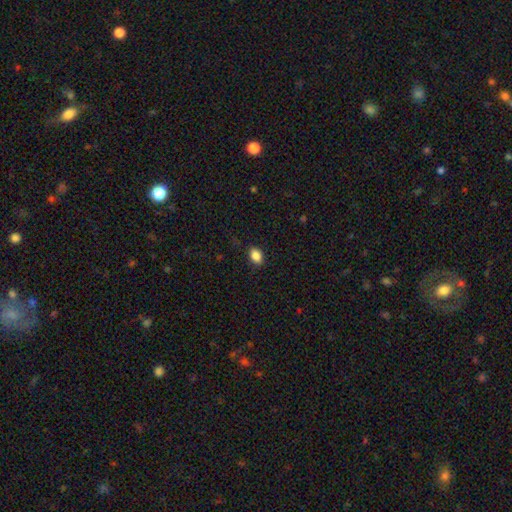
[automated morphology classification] type=smooth (87%); roundness=in between (78%); merging=none (86%).